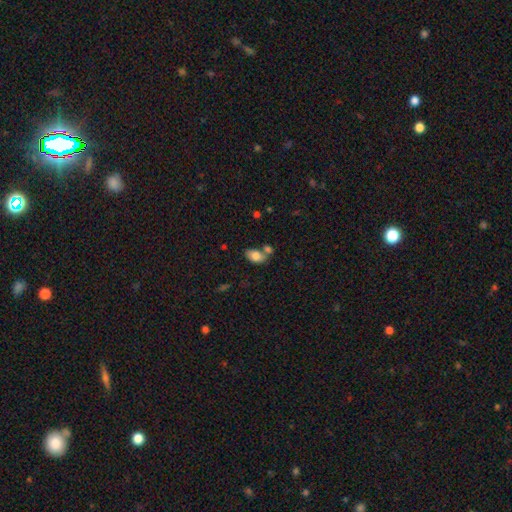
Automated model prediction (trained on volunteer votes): This is likely a smooth galaxy (79%). How rounded: clearly in between (91%). Merging: possibly none (49%).